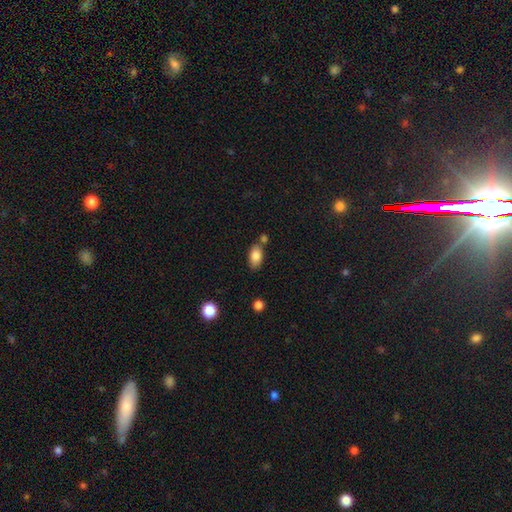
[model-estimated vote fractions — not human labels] This appears to be a smooth galaxy with no disk features (83%) that is in between round and cigar-shaped (90%). Merging: none (66%).